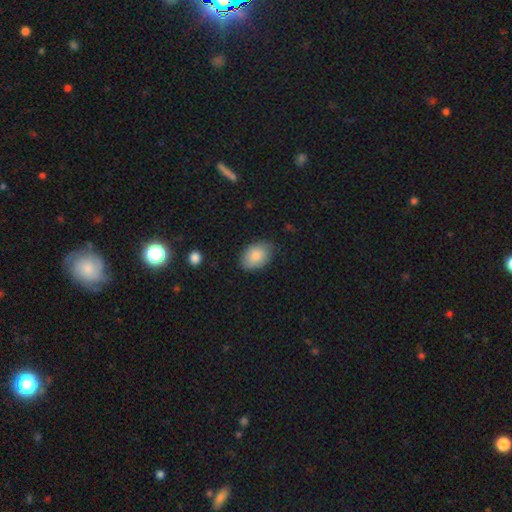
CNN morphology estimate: A smooth galaxy with no disk features (85%) that is in between round and cigar-shaped (84%).

Vote fractions:
- Smooth or featured? smooth: 85% / featured or disk: 9% / star or artifact: 6%
- How rounded? in between: 84% / round: 15% / cigar-shaped: 1%
- Merging? none: 75% / minor disturbance: 20% / major disturbance: 4% / merger: 1%